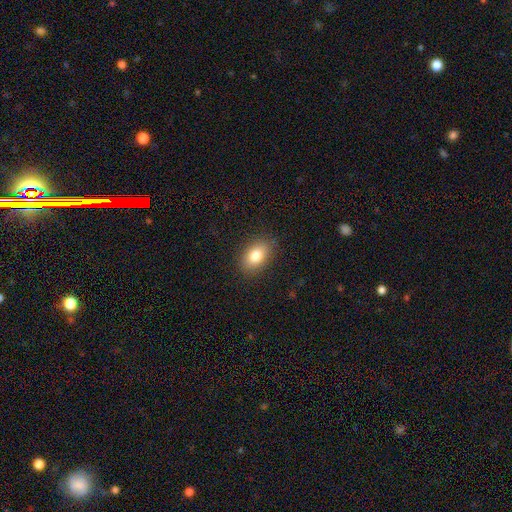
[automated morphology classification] Smooth or featured: smooth — 81% (featured or disk — 10%)
How rounded: in between — 86% (round — 12%)
Merging: none — 87% (minor disturbance — 9%)